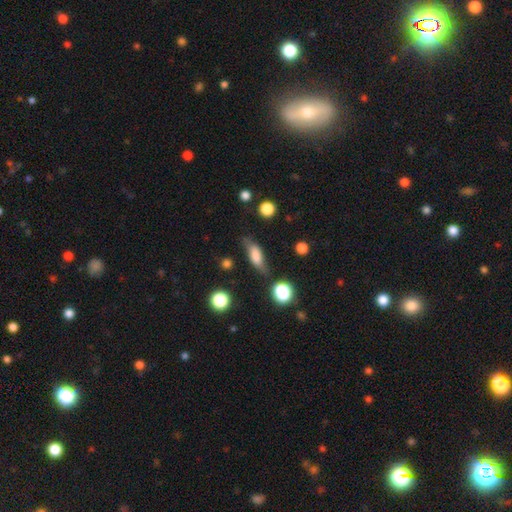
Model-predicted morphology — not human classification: The model was most divided on "how rounded": in between: 55%, cigar-shaped: 40%, round: 6%. More confident: smooth or featured — smooth (64%); merging — none (63%).